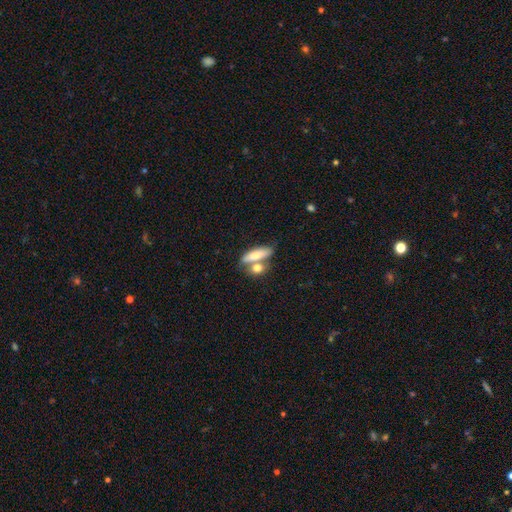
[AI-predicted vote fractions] smooth-or-featured: smooth: 72% | featured or disk: 21% | star or artifact: 7%
  how-rounded: in between: 57% | cigar-shaped: 37% | round: 6%
  merging: none: 43% | merger: 41% | minor disturbance: 11% | major disturbance: 5%